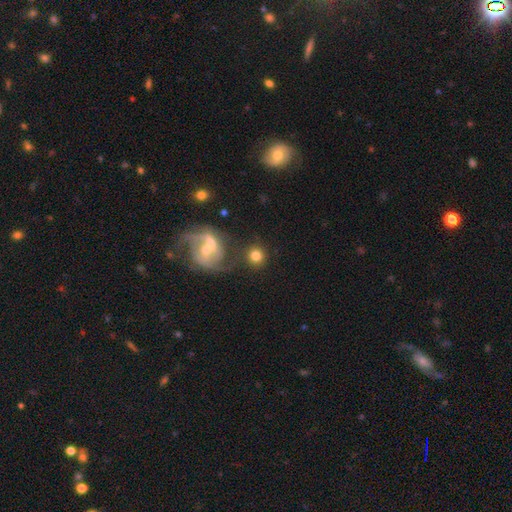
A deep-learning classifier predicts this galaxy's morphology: Overall: smooth (77%). How rounded: round (91%). Merging: none (71%).